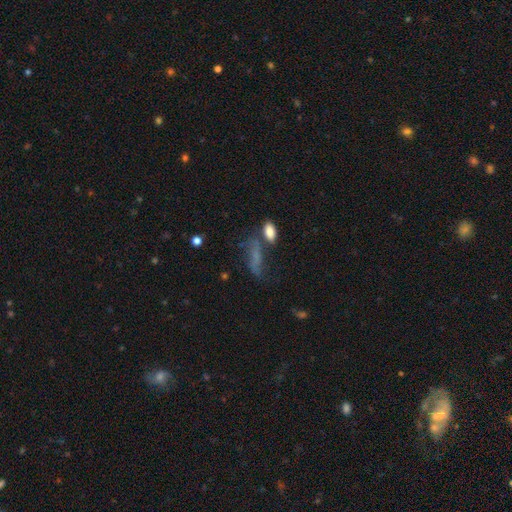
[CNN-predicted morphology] A smooth galaxy with no disk features (49%).

Vote fractions:
- Smooth or featured? smooth: 49% / featured or disk: 31% / star or artifact: 20%
- Merging? none: 43% / minor disturbance: 20% / merger: 20% / major disturbance: 17%